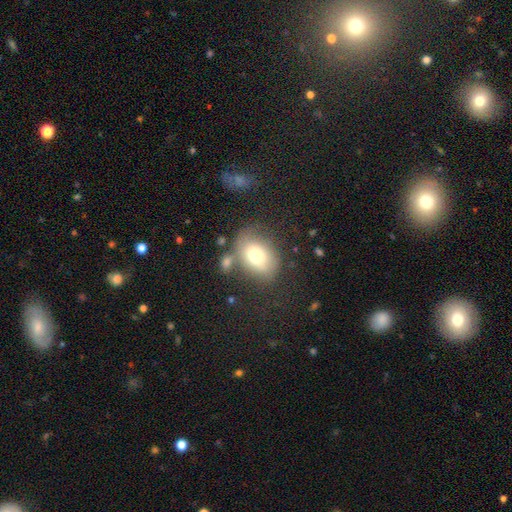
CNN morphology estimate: Q: Smooth or featured?
A: smooth (73%); runner-up: featured or disk (18%)
Q: How rounded?
A: in between (74%); runner-up: round (25%)
Q: Merging?
A: none (60%); runner-up: minor disturbance (19%)